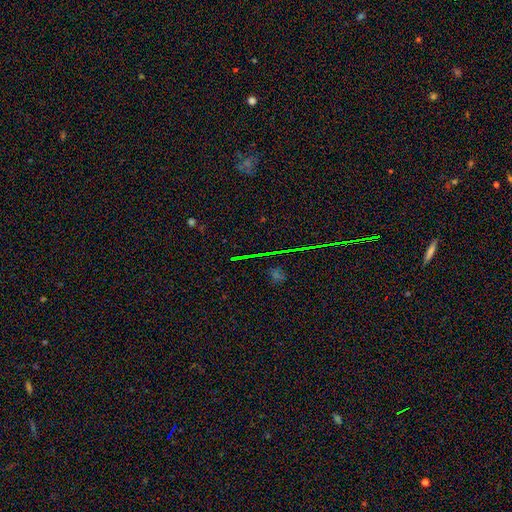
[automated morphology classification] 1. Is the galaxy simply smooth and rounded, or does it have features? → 80% star or artifact, 11% smooth, 9% featured or disk.